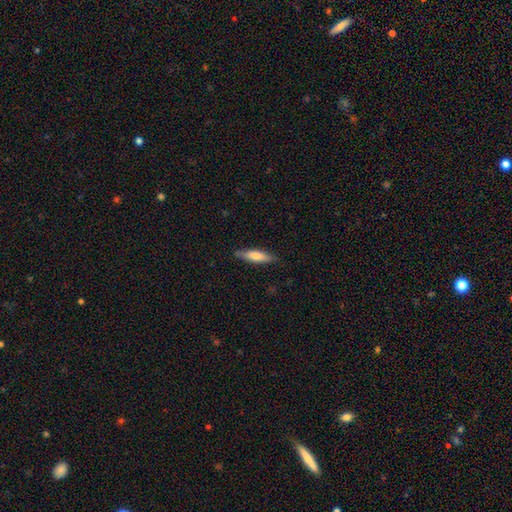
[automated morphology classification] A smooth galaxy with no disk features (71%) that is cigar-shaped (74%). Merging: none (84%).